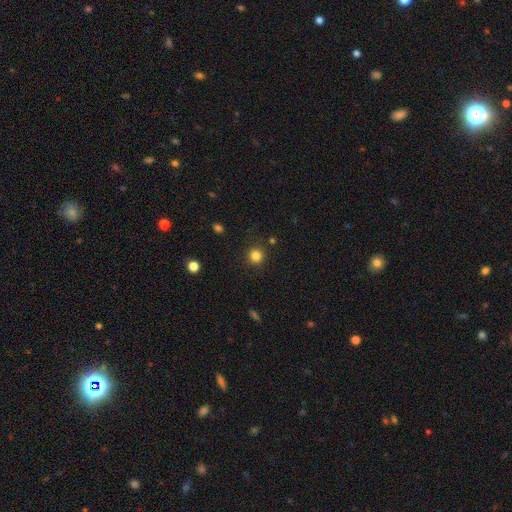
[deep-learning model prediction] Smooth or featured? smooth (83%)
How rounded? round (93%)
Merging? none (89%)